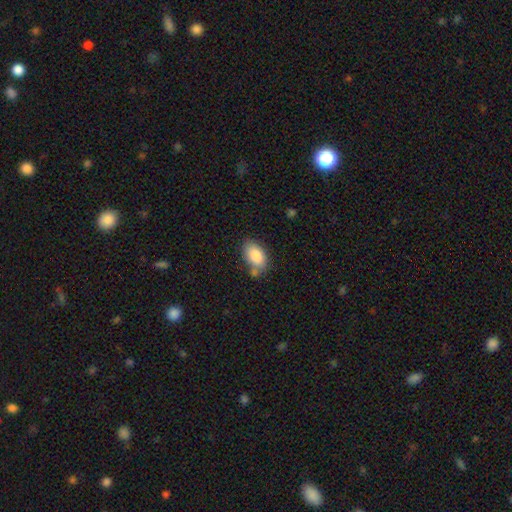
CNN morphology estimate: A smooth galaxy with no disk features (85%) that is in between round and cigar-shaped (92%). Merging: none (62%).